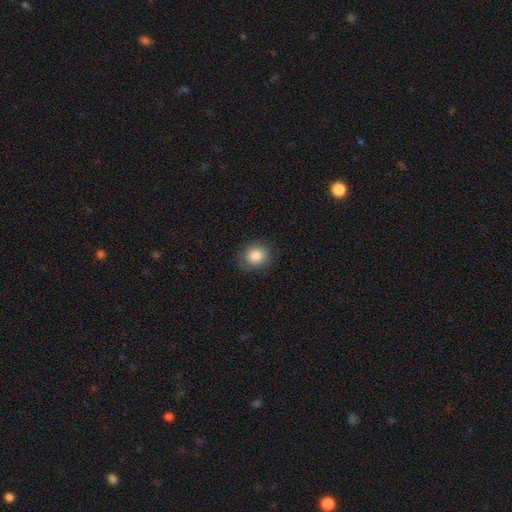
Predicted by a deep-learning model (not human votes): Smooth or featured?
  - smooth: 86% *
  - star or artifact: 8%
  - featured or disk: 6%
How rounded?
  - round: 75% *
  - in between: 24%
  - cigar-shaped: 1%
Merging?
  - none: 86% *
  - minor disturbance: 10%
  - major disturbance: 3%
  - merger: 1%